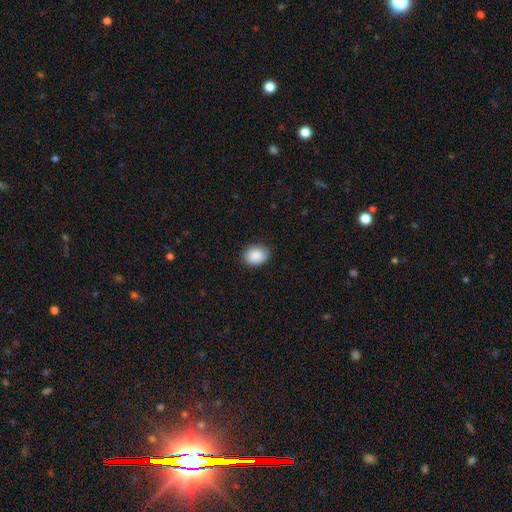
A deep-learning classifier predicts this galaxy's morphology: Smooth or featured? Predicted: smooth (p=0.89). How rounded? Predicted: in between (p=0.62). Merging? Predicted: none (p=0.86).